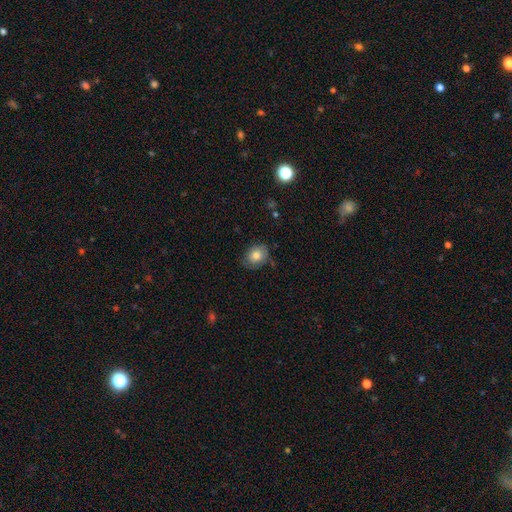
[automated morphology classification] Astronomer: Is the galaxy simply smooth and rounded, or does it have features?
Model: smooth — 75%.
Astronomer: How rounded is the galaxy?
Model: round — 52% (runner-up: in between, 47%).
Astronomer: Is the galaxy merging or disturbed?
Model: none — 70%.